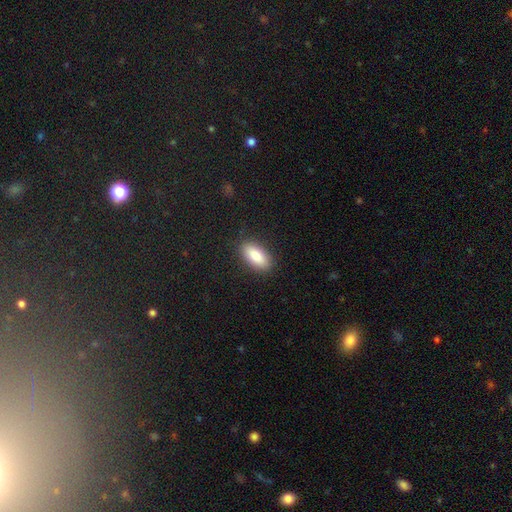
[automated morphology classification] smooth_or_featured: smooth (p=0.85) [alt: featured or disk p=0.09]
how_rounded: in between (p=0.87) [alt: cigar-shaped p=0.10]
merging: none (p=0.88) [alt: minor disturbance p=0.08]